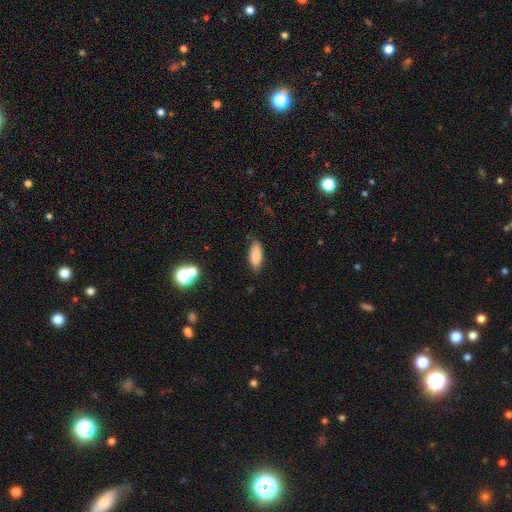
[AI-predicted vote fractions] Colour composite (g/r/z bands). It shows a smooth galaxy with no disk features (82%) that is in between round and cigar-shaped (73%). Merging: none (82%).